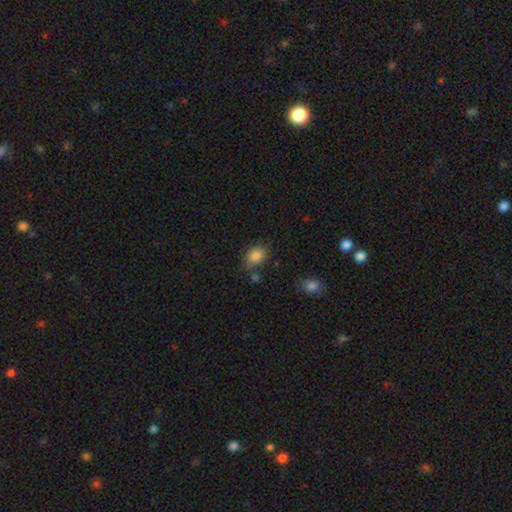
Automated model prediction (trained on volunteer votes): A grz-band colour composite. It shows a smooth galaxy with no disk features (83%) that is in between round and cigar-shaped (69%). Merging: none (65%).